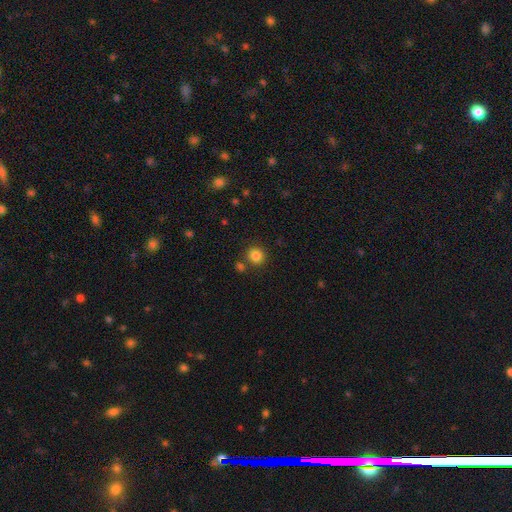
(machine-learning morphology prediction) Q: Smooth or featured?
A: smooth (84%); runner-up: star or artifact (11%)
Q: How rounded?
A: round (91%); runner-up: in between (8%)
Q: Merging?
A: none (81%); runner-up: merger (9%)